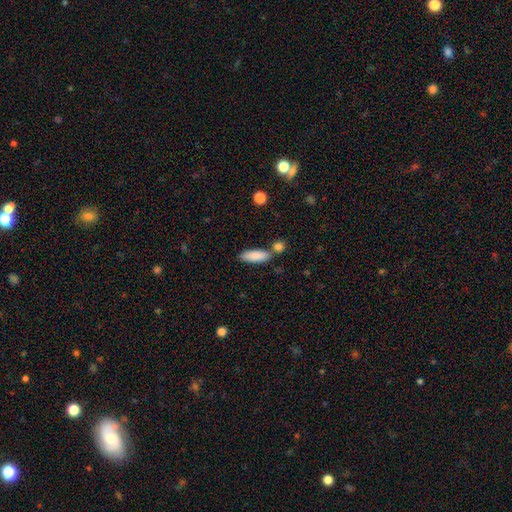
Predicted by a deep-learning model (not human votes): This appears to be a smooth galaxy with no disk features (87%) that is in between round and cigar-shaped (62%). Merging: none (71%).